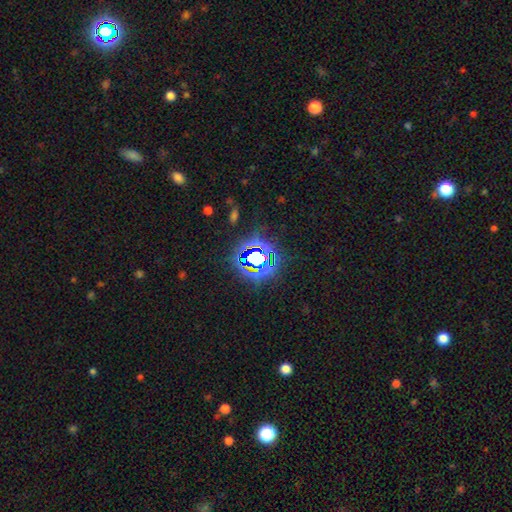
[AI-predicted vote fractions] Smooth or featured: star or artifact — 74% (smooth — 16%)